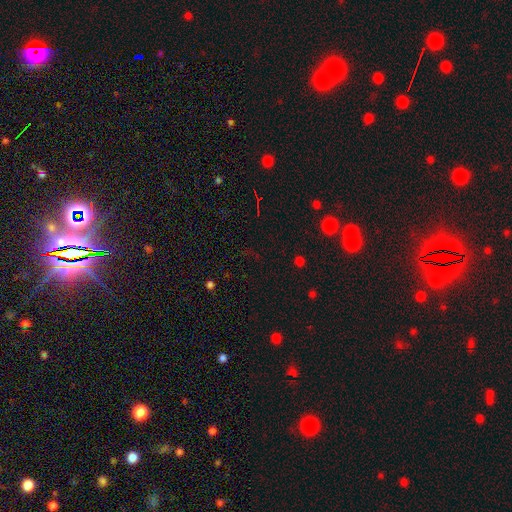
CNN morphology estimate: smooth-or-featured: star or artifact: 67% | smooth: 24% | featured or disk: 9%